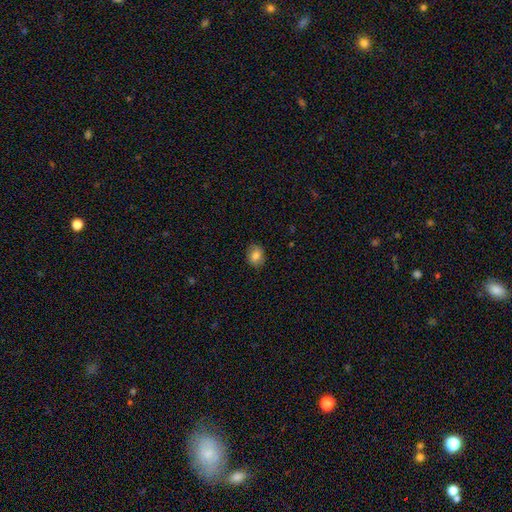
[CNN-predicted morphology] smooth_or_featured: smooth (p=0.81) [alt: featured or disk p=0.10]
how_rounded: in between (p=0.50) [alt: round p=0.49]
merging: none (p=0.85) [alt: minor disturbance p=0.11]